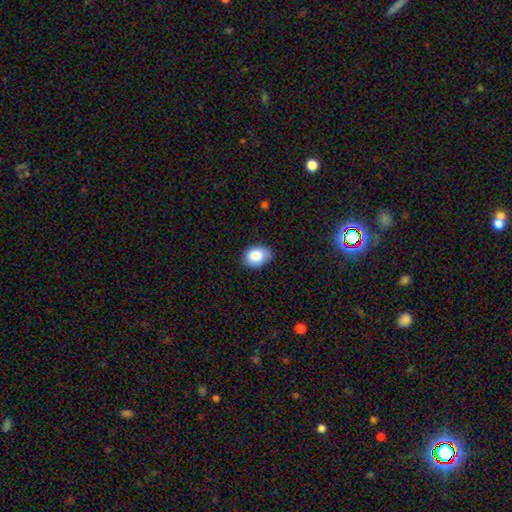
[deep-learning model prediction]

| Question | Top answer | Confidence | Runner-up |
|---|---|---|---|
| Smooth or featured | smooth | 86% | star or artifact (8%) |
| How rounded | in between | 77% | round (22%) |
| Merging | none | 80% | minor disturbance (17%) |